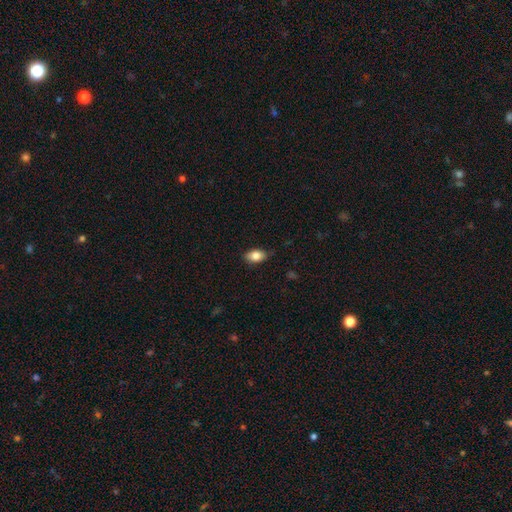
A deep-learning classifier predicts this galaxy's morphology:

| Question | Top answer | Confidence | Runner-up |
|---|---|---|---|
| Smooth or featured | smooth | 83% | featured or disk (10%) |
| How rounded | in between | 86% | round (11%) |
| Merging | none | 81% | minor disturbance (15%) |